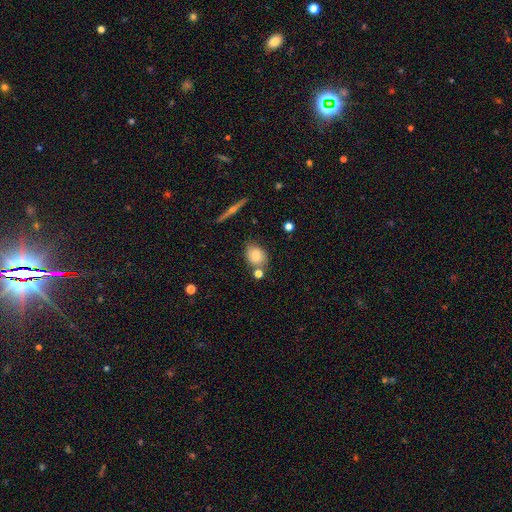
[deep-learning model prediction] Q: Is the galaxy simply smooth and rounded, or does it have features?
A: smooth — 78%.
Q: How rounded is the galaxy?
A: in between — 53%.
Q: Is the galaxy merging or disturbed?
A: none — 66%.